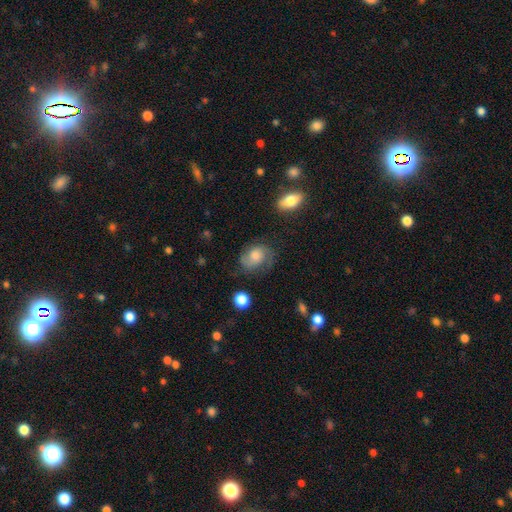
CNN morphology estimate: The model was most divided on "smooth or featured": smooth: 46%, featured or disk: 44%, star or artifact: 10%. More confident: merging — none (62%).